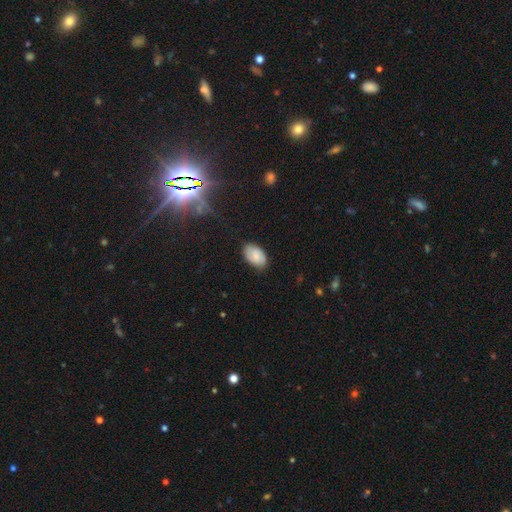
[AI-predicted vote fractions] A smooth galaxy with no disk features (73%) that is in between round and cigar-shaped (91%).

Vote fractions:
- Smooth or featured? smooth: 73% / featured or disk: 19% / star or artifact: 8%
- How rounded? in between: 91% / round: 7% / cigar-shaped: 1%
- Merging? none: 77% / minor disturbance: 18% / major disturbance: 3% / merger: 1%